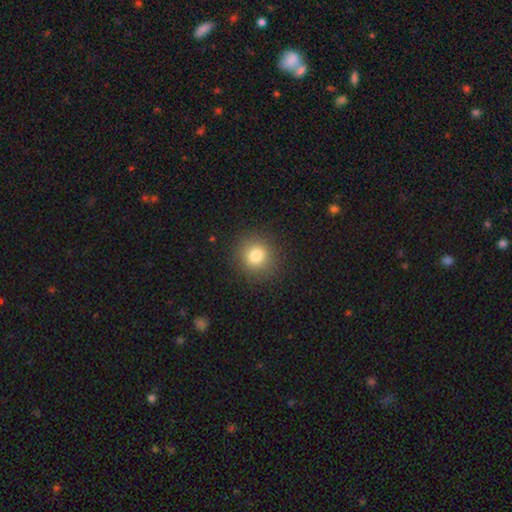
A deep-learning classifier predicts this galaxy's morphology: Smooth or featured?
  - smooth: 81% *
  - star or artifact: 12%
  - featured or disk: 7%
How rounded?
  - round: 88% *
  - in between: 11%
  - cigar-shaped: 1%
Merging?
  - none: 89% *
  - minor disturbance: 7%
  - major disturbance: 3%
  - merger: 1%